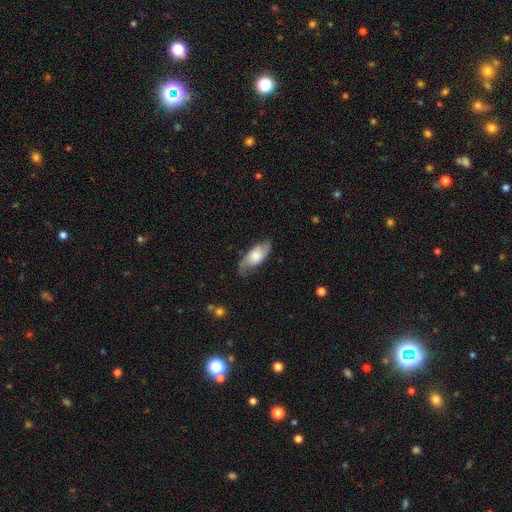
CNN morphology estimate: smooth 49%, featured or disk 44%, star or artifact 7%. Down the decision tree: merging — none (72%).